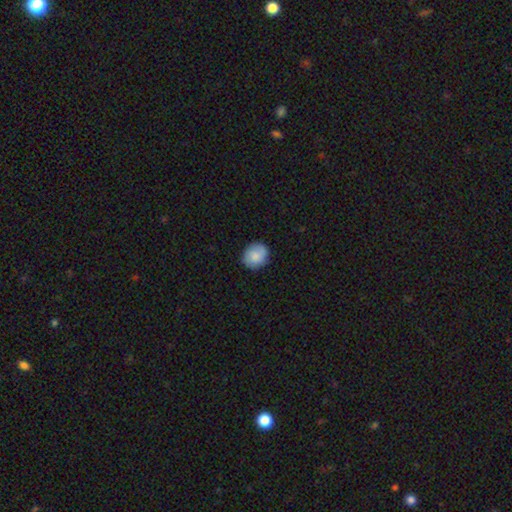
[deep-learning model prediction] Q: Smooth or featured?
A: smooth (81%); runner-up: featured or disk (12%)
Q: How rounded?
A: round (74%); runner-up: in between (25%)
Q: Merging?
A: none (84%); runner-up: minor disturbance (12%)